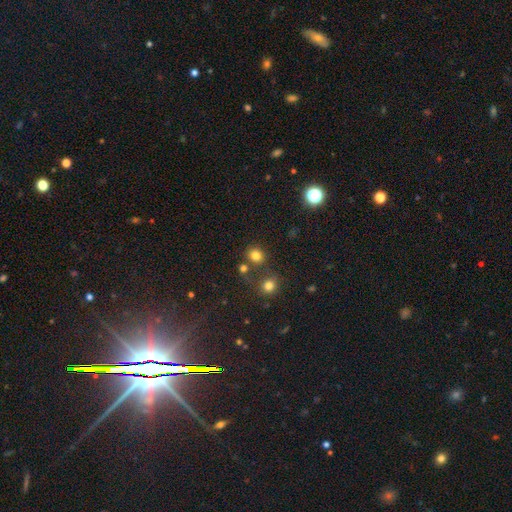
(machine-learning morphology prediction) Overall: smooth (79%). How rounded: round (72%). Merging: none (73%).